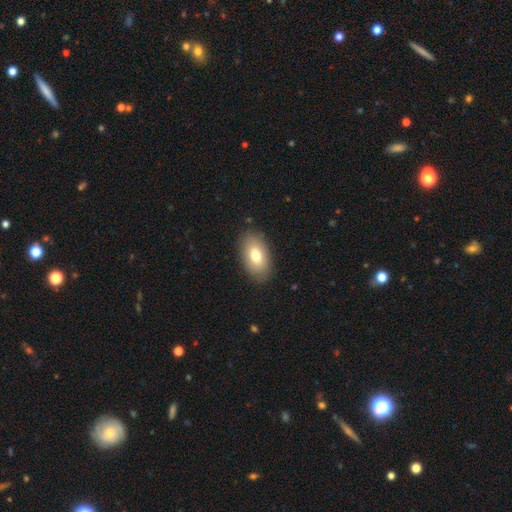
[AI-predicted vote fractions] Smooth or featured? Predicted: smooth (p=0.76). How rounded? Predicted: in between (p=0.93). Merging? Predicted: none (p=0.87).